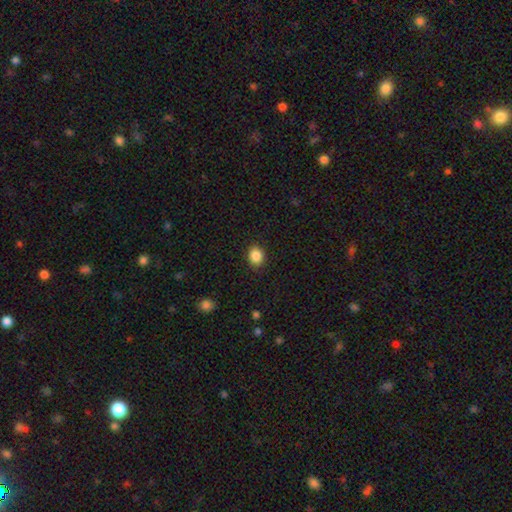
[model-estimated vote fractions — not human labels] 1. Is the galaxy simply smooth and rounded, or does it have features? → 87% smooth, 9% star or artifact, 4% featured or disk.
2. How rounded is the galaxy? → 55% round, 44% in between, 1% cigar-shaped.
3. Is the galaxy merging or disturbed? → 89% none, 8% minor disturbance, 2% major disturbance, 1% merger.